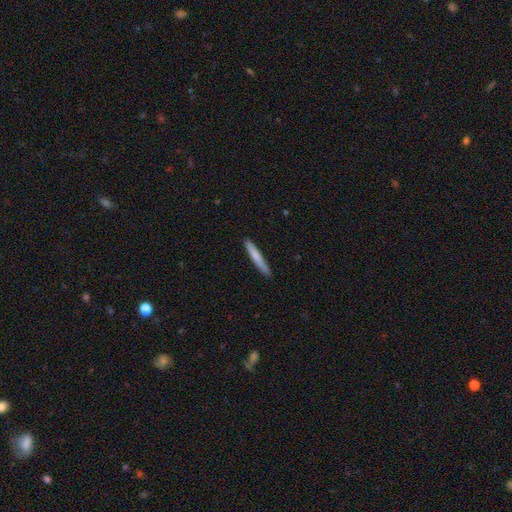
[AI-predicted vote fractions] A smooth galaxy with no disk features (72%) that is cigar-shaped (96%). Merging: none (89%).